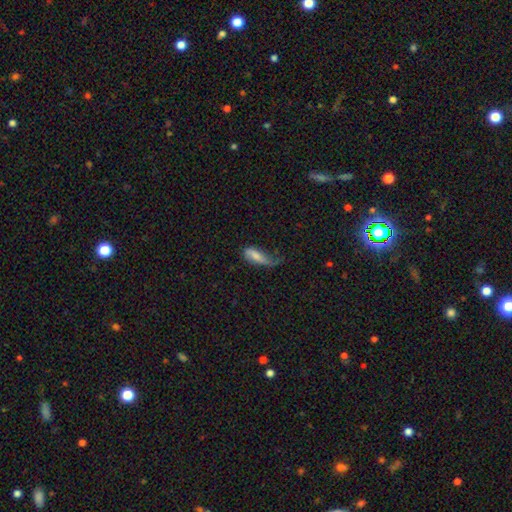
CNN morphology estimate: Smooth or featured? Predicted: smooth (p=0.66). How rounded? Predicted: in between (p=0.63). Merging? Predicted: minor disturbance (p=0.35).